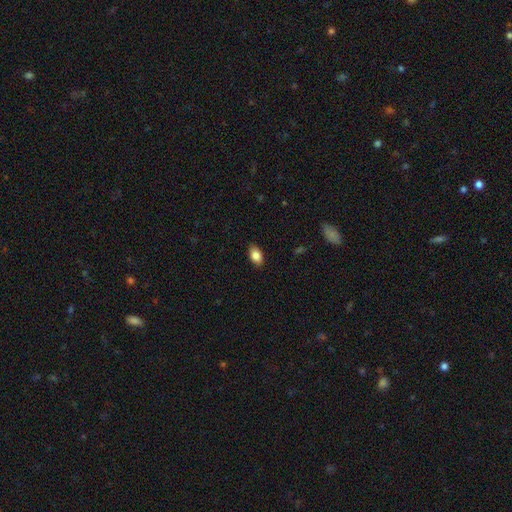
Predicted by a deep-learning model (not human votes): This is clearly a smooth galaxy (85%). How rounded: clearly in between (90%). Merging: clearly none (88%).